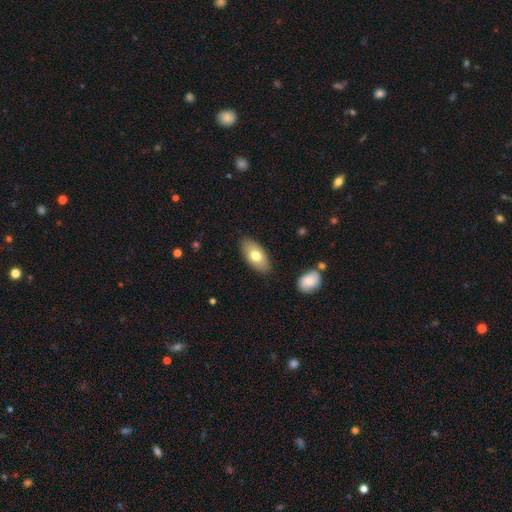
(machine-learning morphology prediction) A smooth galaxy with no disk features (71%) that is in between round and cigar-shaped (91%).

Vote fractions:
- Smooth or featured? smooth: 71% / featured or disk: 23% / star or artifact: 6%
- How rounded? in between: 91% / cigar-shaped: 5% / round: 3%
- Merging? none: 85% / minor disturbance: 11% / major disturbance: 2% / merger: 2%